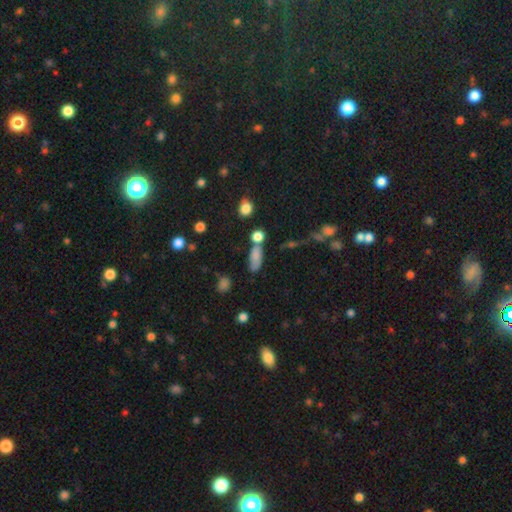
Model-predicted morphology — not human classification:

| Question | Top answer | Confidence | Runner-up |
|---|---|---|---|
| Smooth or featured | smooth | 76% | star or artifact (13%) |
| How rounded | in between | 74% | cigar-shaped (14%) |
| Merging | none | 52% | merger (20%) |